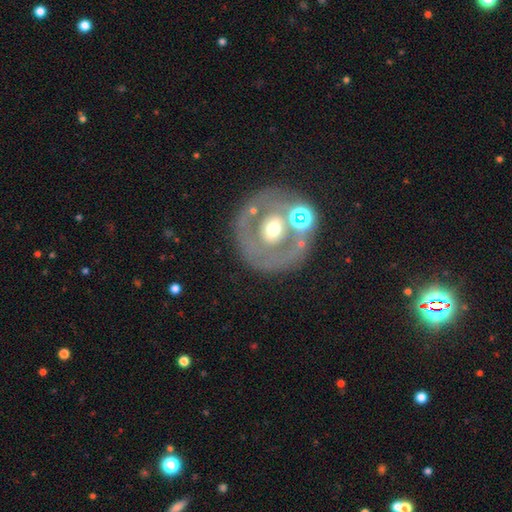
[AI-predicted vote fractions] smooth-or-featured: featured or disk: 60% | smooth: 29% | star or artifact: 11%
  disk-edge-on: no: 95% | yes: 5%
    bar: no: 82% | weak: 12% | strong: 6%
    has-spiral-arms: no: 82% | yes: 18%
    bulge-size: moderate: 68% | small: 16% | large: 11% | dominant: 3% | none: 2%
  merging: none: 68% | minor disturbance: 14% | merger: 9% | major disturbance: 9%